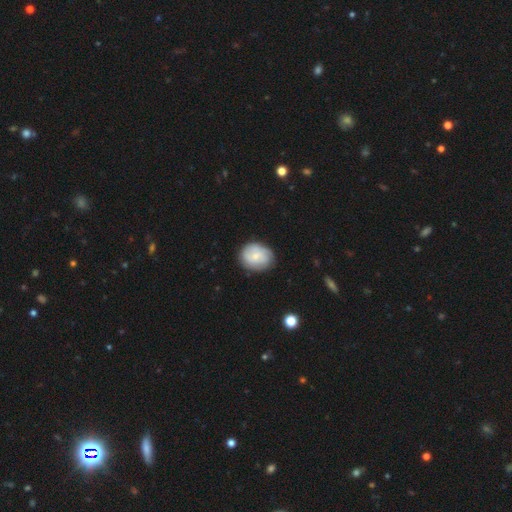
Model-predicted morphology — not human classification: This is possibly a smooth galaxy (59%). How rounded: possibly round (55%). Merging: likely none (76%).